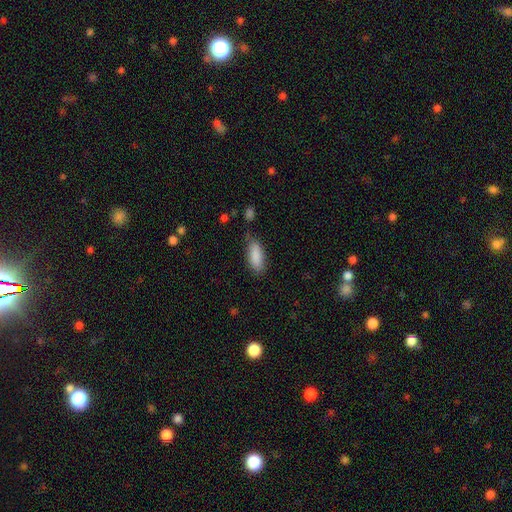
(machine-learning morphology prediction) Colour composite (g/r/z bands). It shows a smooth galaxy with no disk features (88%) that is in between round and cigar-shaped (78%). Merging: none (72%).